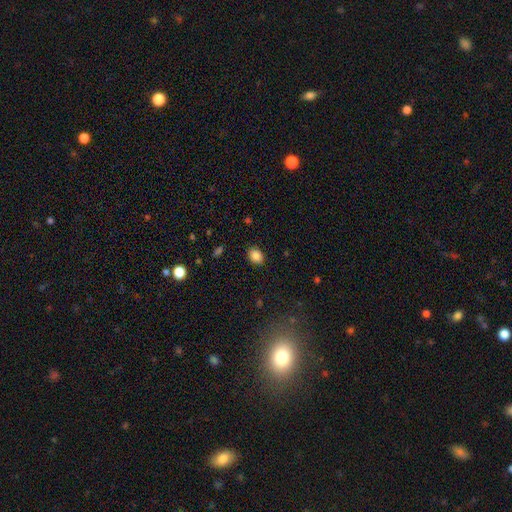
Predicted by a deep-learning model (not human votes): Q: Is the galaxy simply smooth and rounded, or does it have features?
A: smooth — 86%.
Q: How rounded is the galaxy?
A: in between — 63%.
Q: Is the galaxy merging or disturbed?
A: none — 87%.